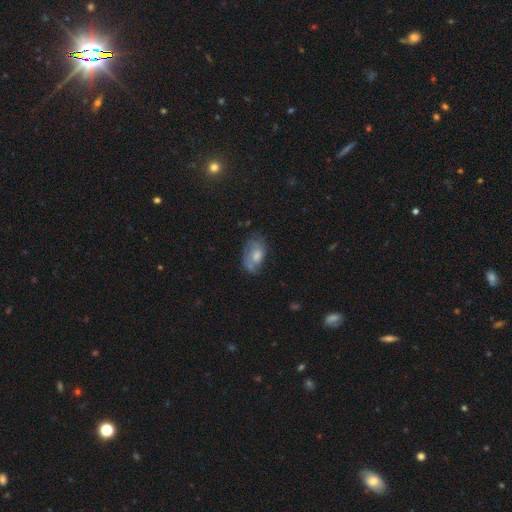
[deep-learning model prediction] Overall: smooth (47%; featured or disk 44%). Merging: none (47%; minor disturbance 30%).